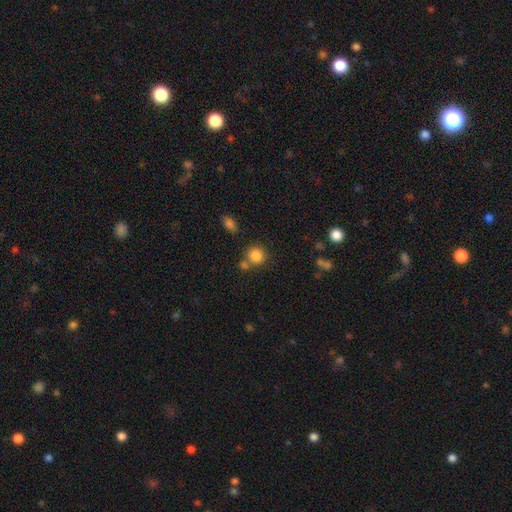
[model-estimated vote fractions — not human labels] Smooth or featured?
  - smooth: 84% *
  - star or artifact: 10%
  - featured or disk: 5%
How rounded?
  - round: 87% *
  - in between: 12%
  - cigar-shaped: 1%
Merging?
  - none: 66% *
  - merger: 20%
  - minor disturbance: 11%
  - major disturbance: 4%